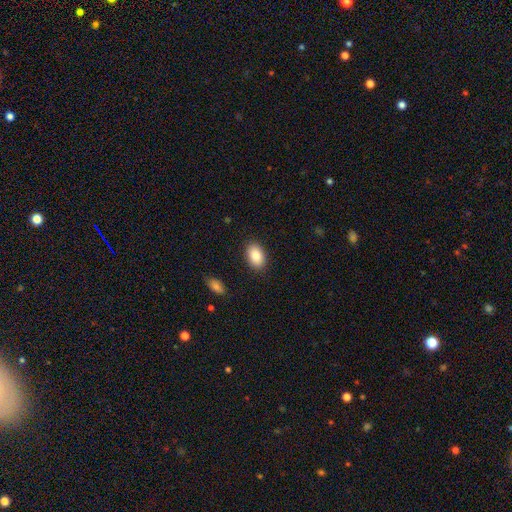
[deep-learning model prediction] Smooth or featured? Predicted: smooth (p=0.86). How rounded? Predicted: in between (p=0.90). Merging? Predicted: none (p=0.88).